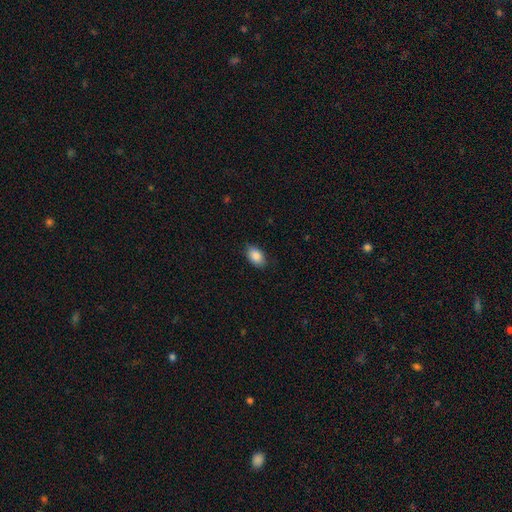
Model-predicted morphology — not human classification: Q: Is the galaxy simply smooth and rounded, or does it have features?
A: smooth — 87%.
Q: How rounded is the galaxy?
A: in between — 89%.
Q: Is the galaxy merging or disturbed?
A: none — 85%.